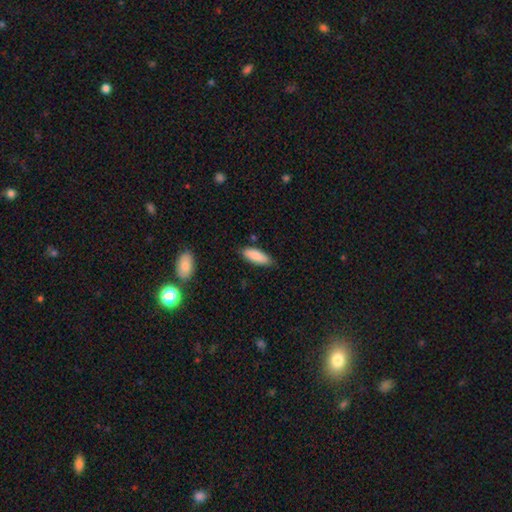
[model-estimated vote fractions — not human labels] Smooth or featured?
  - smooth: 87% *
  - featured or disk: 7%
  - star or artifact: 6%
How rounded?
  - in between: 68% *
  - cigar-shaped: 30%
  - round: 2%
Merging?
  - none: 80% *
  - minor disturbance: 15%
  - major disturbance: 3%
  - merger: 2%